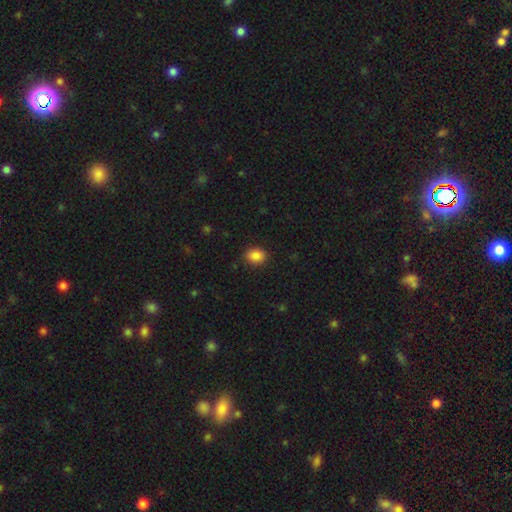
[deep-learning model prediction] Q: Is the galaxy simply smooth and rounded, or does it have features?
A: smooth — 87%.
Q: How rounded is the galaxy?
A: in between — 69%.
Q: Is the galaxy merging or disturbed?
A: none — 87%.